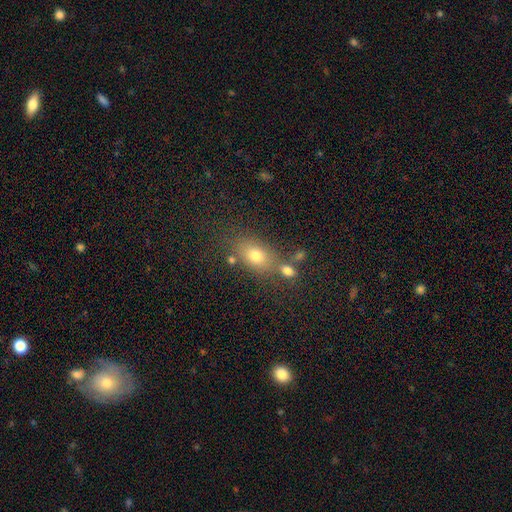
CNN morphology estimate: A smooth galaxy with no disk features (73%) that is in between round and cigar-shaped (73%). Merging: none (64%).